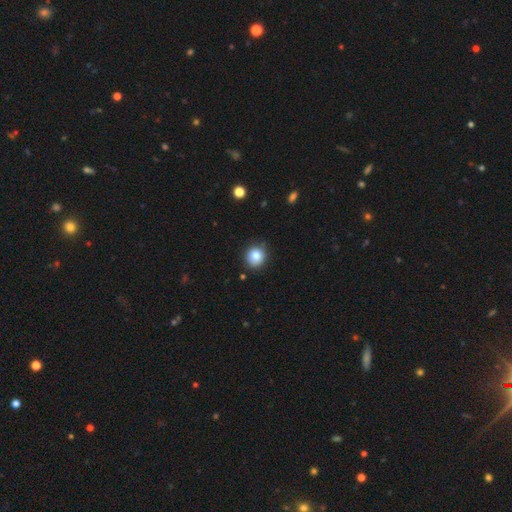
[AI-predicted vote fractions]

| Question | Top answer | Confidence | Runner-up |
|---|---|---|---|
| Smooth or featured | smooth | 82% | star or artifact (11%) |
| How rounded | round | 86% | in between (13%) |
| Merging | none | 83% | minor disturbance (13%) |